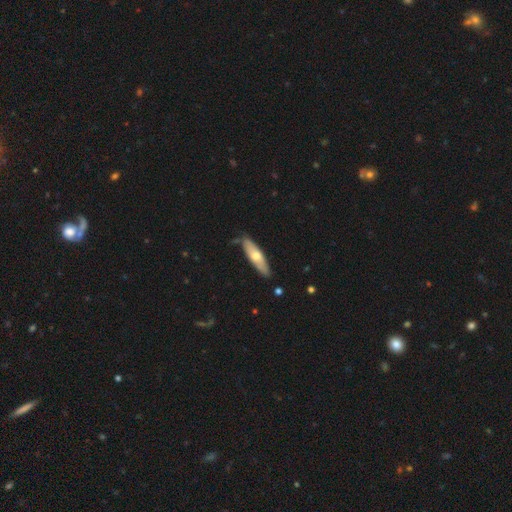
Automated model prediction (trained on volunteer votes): Q: Smooth or featured?
A: smooth (56%); runner-up: featured or disk (39%)
Q: How rounded?
A: cigar-shaped (69%); runner-up: in between (30%)
Q: Merging?
A: none (81%); runner-up: minor disturbance (14%)